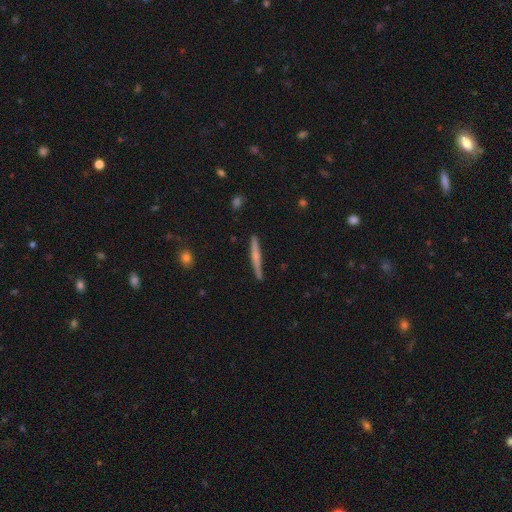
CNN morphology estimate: smooth_or_featured: featured or disk (p=0.51) [alt: smooth p=0.43]
disk_edge_on: yes (p=0.97) [alt: no p=0.03]
merging: none (p=0.89) [alt: minor disturbance p=0.08]